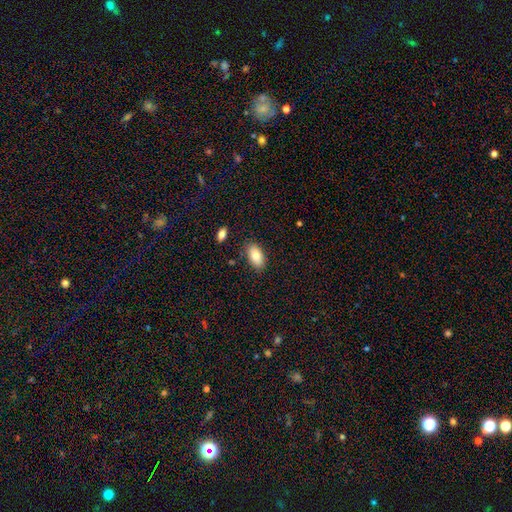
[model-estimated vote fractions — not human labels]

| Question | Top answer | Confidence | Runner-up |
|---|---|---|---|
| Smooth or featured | smooth | 81% | featured or disk (12%) |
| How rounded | in between | 93% | round (4%) |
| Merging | none | 84% | minor disturbance (11%) |